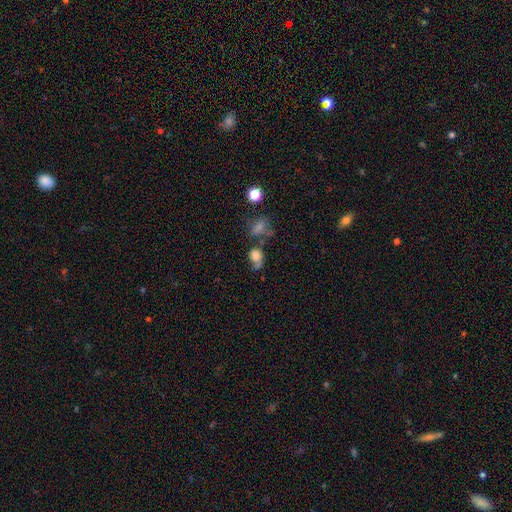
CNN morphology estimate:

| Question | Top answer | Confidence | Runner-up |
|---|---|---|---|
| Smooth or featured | smooth | 73% | featured or disk (16%) |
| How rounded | round | 50% | in between (48%) |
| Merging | none | 38% | minor disturbance (24%) |